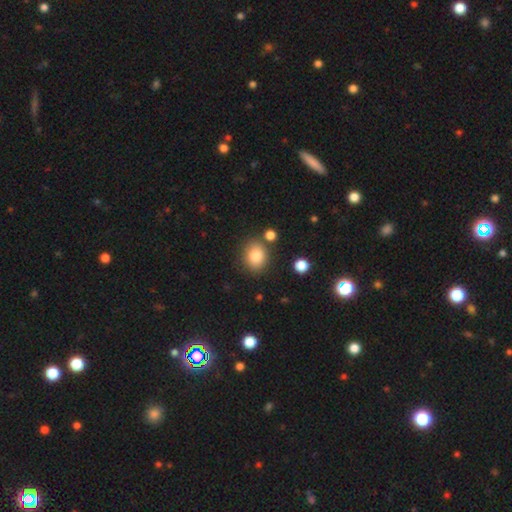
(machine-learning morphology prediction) This appears to be a smooth galaxy with no disk features (83%) that is round (59%). Merging: none (79%).